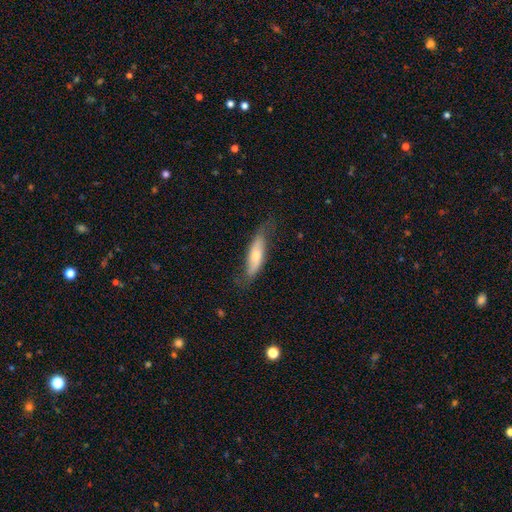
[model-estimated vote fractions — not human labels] Smooth or featured?
  - smooth: 49% *
  - featured or disk: 45%
  - star or artifact: 6%
Merging?
  - none: 63% *
  - minor disturbance: 27%
  - major disturbance: 9%
  - merger: 2%